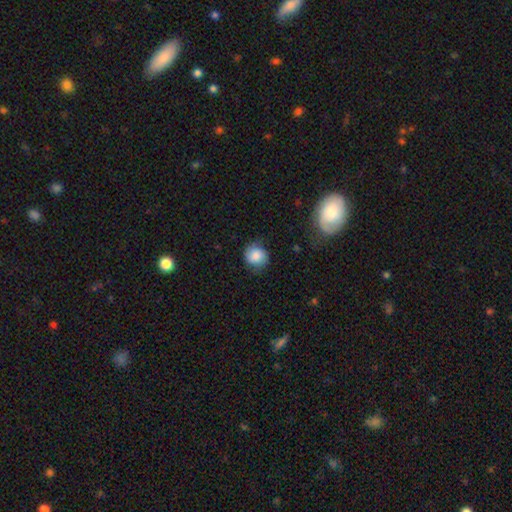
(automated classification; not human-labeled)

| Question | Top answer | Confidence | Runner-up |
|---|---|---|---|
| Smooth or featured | smooth | 74% | featured or disk (18%) |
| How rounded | round | 84% | in between (16%) |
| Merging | none | 70% | minor disturbance (22%) |